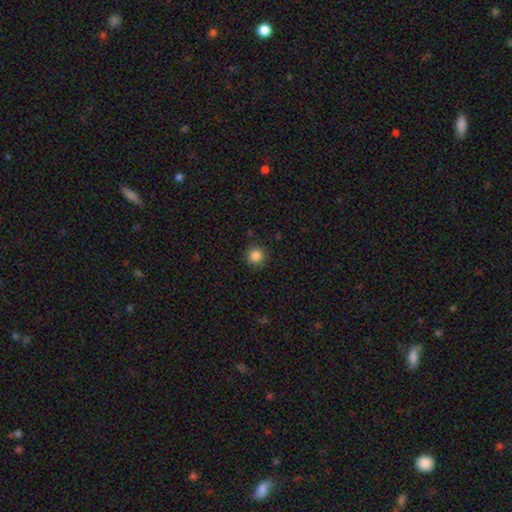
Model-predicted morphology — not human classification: This appears to be a smooth galaxy with no disk features (86%) that is round (94%). Merging: none (89%).